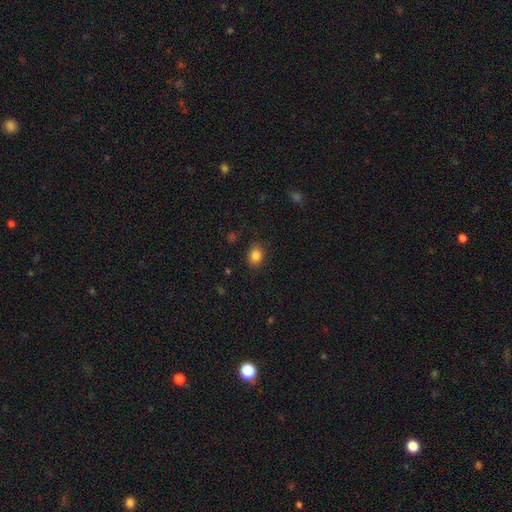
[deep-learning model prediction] Smooth or featured? smooth (84%)
How rounded? in between (51%)
Merging? none (87%)